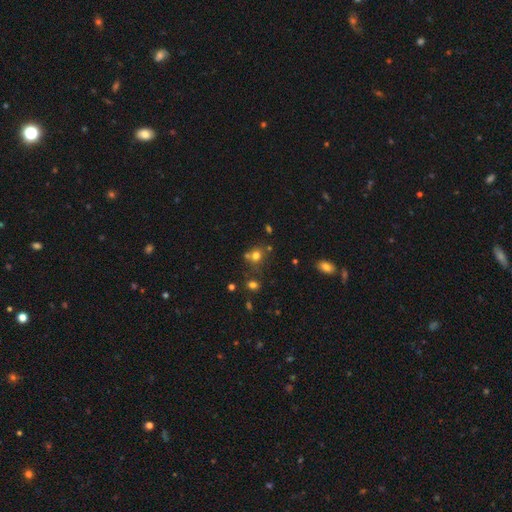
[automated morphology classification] The model was most divided on "merging": none: 61%, merger: 22%, minor disturbance: 12%, major disturbance: 5%. More confident: how rounded — round (77%); smooth or featured — smooth (69%).